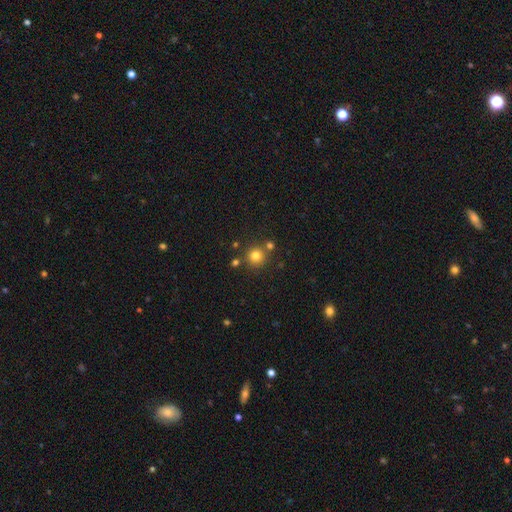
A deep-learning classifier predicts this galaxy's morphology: This is likely a smooth galaxy (79%). How rounded: clearly round (94%). Merging: likely none (79%).